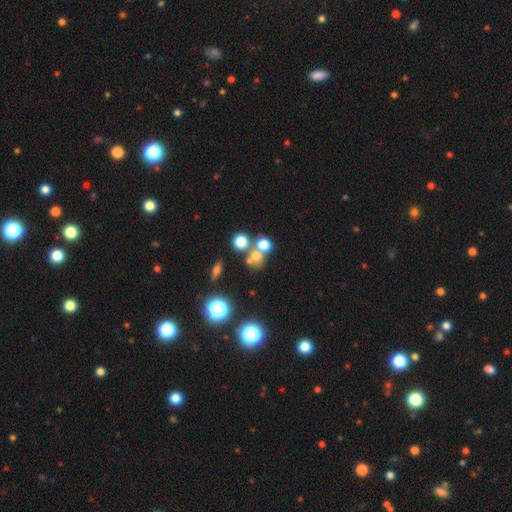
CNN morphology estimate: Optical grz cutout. It shows a smooth galaxy with no disk features (63%) that is round (79%). Merging: none (46%).